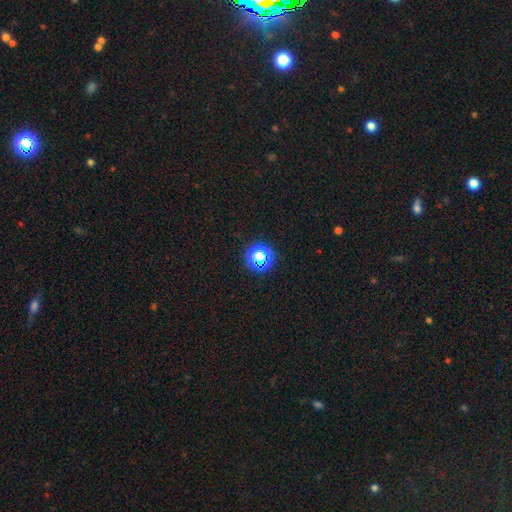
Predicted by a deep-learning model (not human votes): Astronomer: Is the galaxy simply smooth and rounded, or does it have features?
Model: star or artifact — 60%.